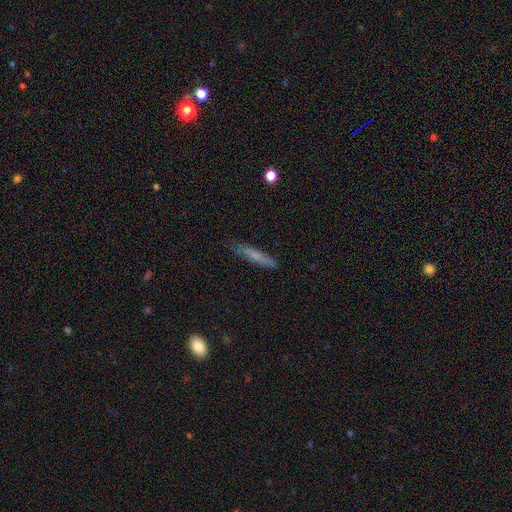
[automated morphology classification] A smooth galaxy with no disk features (64%) that is cigar-shaped (91%).

Vote fractions:
- Smooth or featured? smooth: 64% / featured or disk: 28% / star or artifact: 8%
- How rounded? cigar-shaped: 91% / in between: 7% / round: 2%
- Merging? none: 80% / minor disturbance: 15% / major disturbance: 3% / merger: 2%